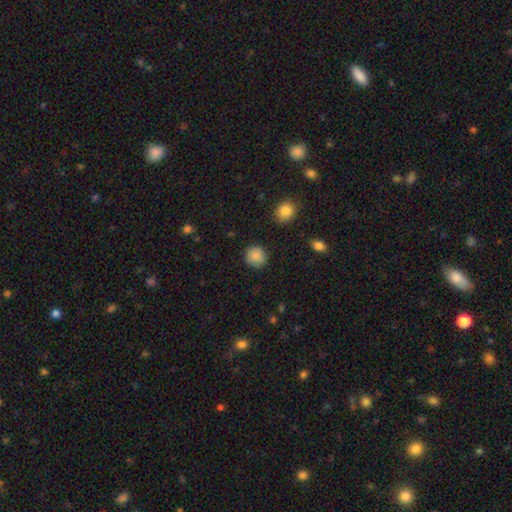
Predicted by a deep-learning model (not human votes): Smooth or featured? smooth (88%)
How rounded? round (91%)
Merging? none (89%)